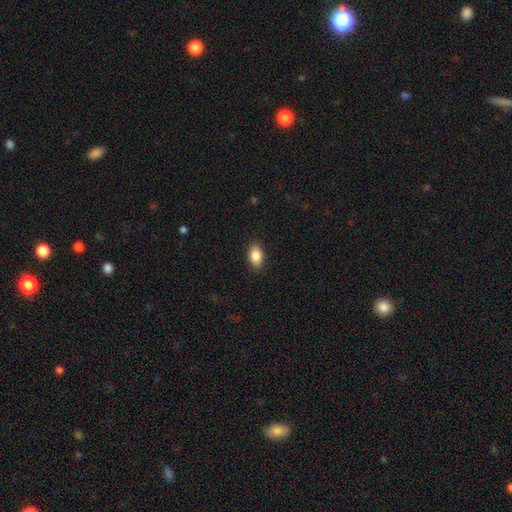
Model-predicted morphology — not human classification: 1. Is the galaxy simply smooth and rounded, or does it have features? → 87% smooth, 8% star or artifact, 6% featured or disk.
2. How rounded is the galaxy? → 90% in between, 7% round, 3% cigar-shaped.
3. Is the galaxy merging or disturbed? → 88% none, 9% minor disturbance, 2% major disturbance, 1% merger.